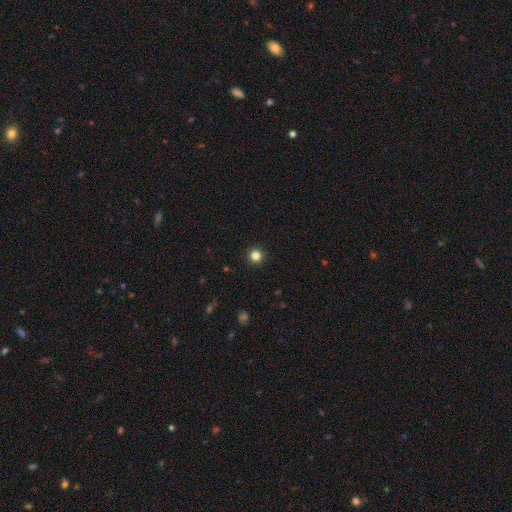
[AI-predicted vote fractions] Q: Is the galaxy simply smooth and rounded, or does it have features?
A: smooth — 83%.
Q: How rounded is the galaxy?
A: round — 96%.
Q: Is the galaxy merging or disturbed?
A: none — 94%.